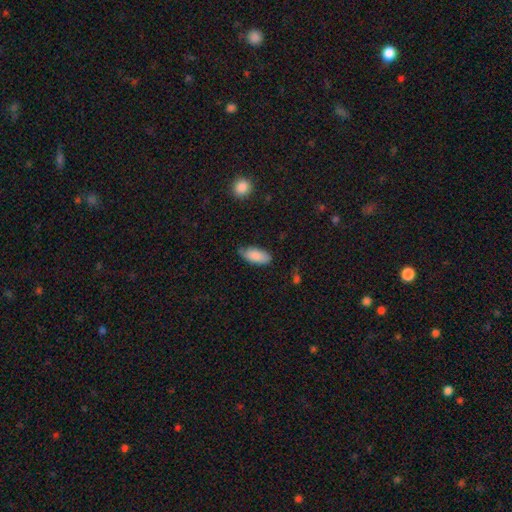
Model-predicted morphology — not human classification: type=smooth (85%); roundness=in between (89%); merging=none (66%).